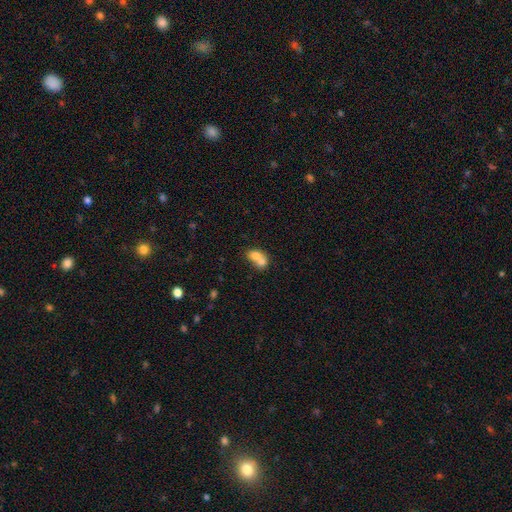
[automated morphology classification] Smooth or featured?
  - smooth: 70% *
  - featured or disk: 21%
  - star or artifact: 9%
How rounded?
  - in between: 53% *
  - round: 46%
  - cigar-shaped: 1%
Merging?
  - merger: 73% *
  - none: 19%
  - minor disturbance: 5%
  - major disturbance: 3%